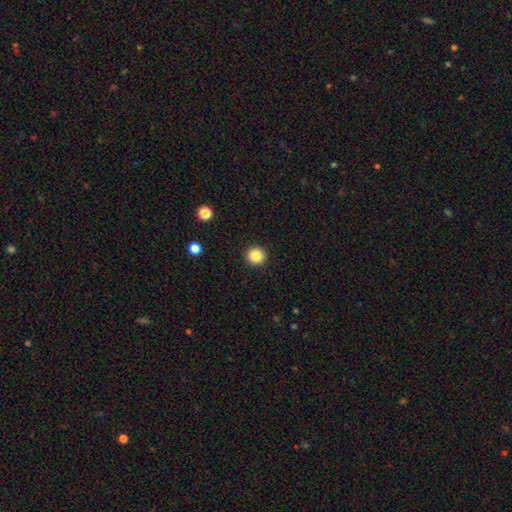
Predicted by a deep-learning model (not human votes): Morphology: type=smooth (87%); roundness=round (95%); merging=none (93%).